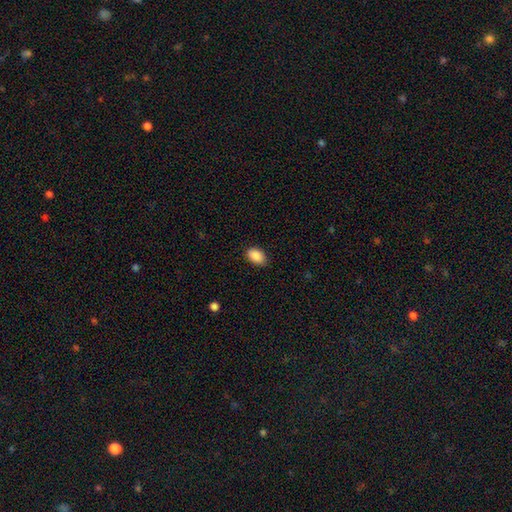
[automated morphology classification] type=smooth (89%); roundness=in between (89%); merging=none (85%).